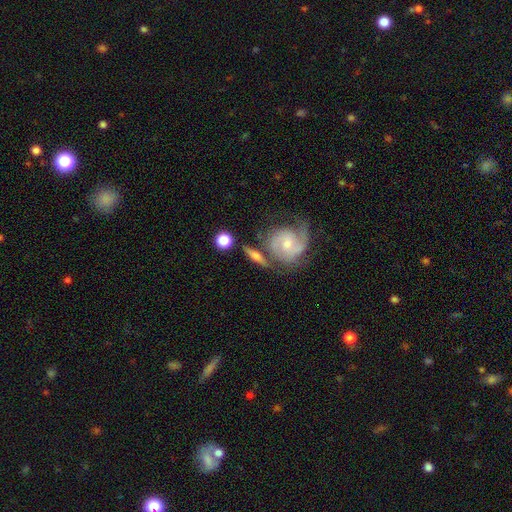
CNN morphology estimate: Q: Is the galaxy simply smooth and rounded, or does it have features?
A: featured or disk — 58%.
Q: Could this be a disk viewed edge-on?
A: yes — 57%.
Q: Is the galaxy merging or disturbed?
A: none — 63%.